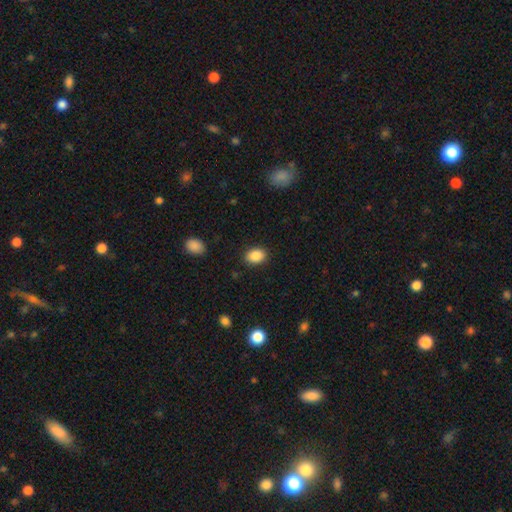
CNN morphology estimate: Smooth or featured: smooth — 87% (star or artifact — 8%)
How rounded: in between — 71% (round — 28%)
Merging: none — 87% (minor disturbance — 9%)